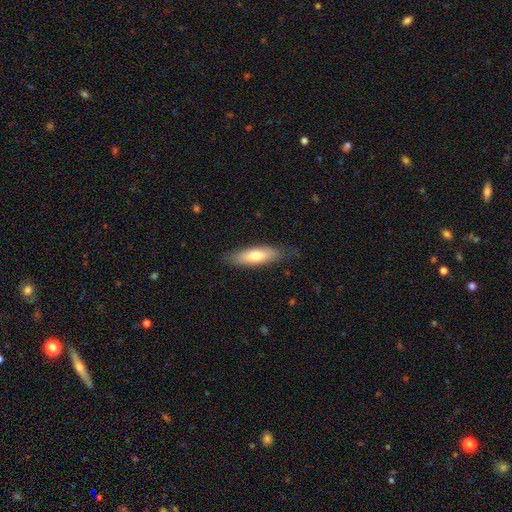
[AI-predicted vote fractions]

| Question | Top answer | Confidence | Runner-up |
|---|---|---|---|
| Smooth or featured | smooth | 69% | featured or disk (25%) |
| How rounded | in between | 52% | cigar-shaped (46%) |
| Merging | none | 79% | minor disturbance (17%) |